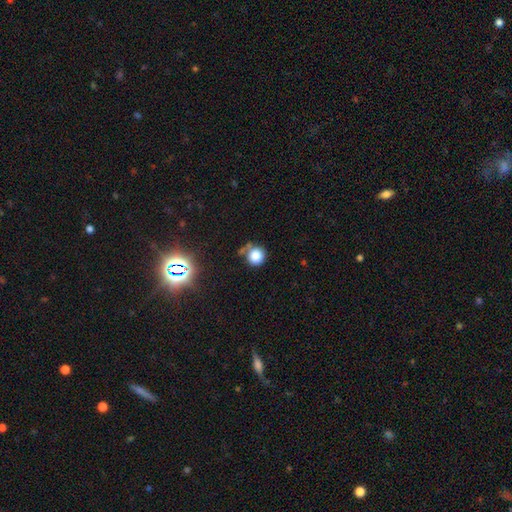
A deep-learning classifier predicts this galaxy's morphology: smooth-or-featured: smooth: 80% | star or artifact: 13% | featured or disk: 6%
  how-rounded: round: 92% | in between: 7% | cigar-shaped: 1%
  merging: none: 60% | minor disturbance: 21% | merger: 11% | major disturbance: 8%